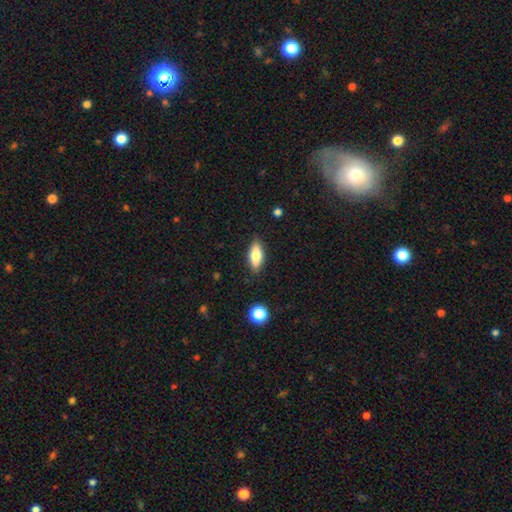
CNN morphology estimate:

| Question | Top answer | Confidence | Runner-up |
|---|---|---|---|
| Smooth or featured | smooth | 74% | featured or disk (19%) |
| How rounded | in between | 74% | cigar-shaped (23%) |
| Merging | none | 86% | minor disturbance (10%) |